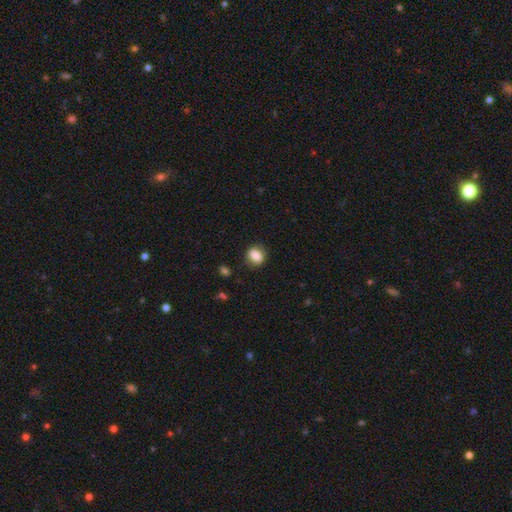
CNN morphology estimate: A smooth galaxy with no disk features (81%) that is round (55%).

Vote fractions:
- Smooth or featured? smooth: 81% / featured or disk: 10% / star or artifact: 9%
- How rounded? round: 55% / in between: 44% / cigar-shaped: 2%
- Merging? none: 83% / minor disturbance: 12% / major disturbance: 3% / merger: 1%